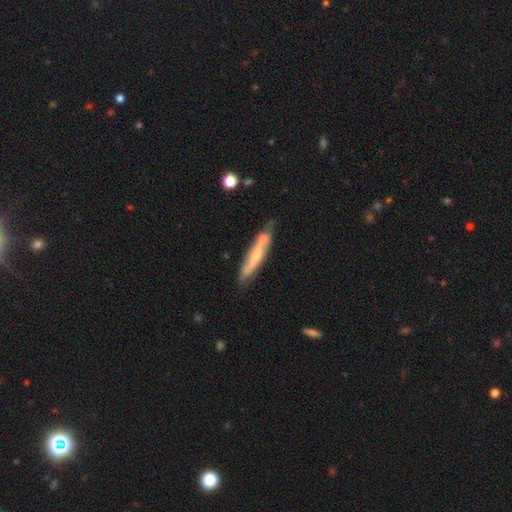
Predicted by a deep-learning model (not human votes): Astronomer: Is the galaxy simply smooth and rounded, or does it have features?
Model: featured or disk — 53% (runner-up: smooth, 41%).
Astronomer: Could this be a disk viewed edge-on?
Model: yes — 69%.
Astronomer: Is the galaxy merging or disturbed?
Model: none — 56%.